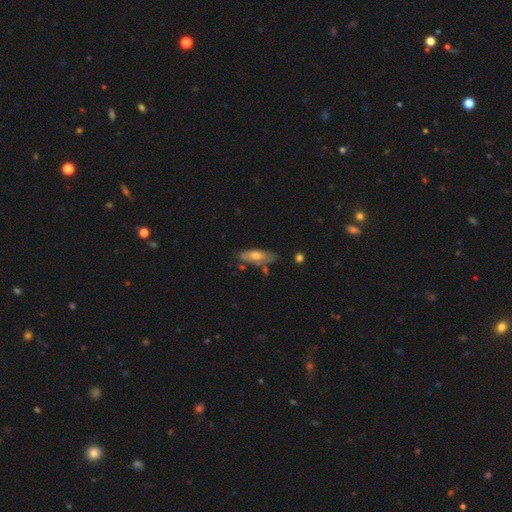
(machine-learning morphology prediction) This appears to be a smooth galaxy with no disk features (58%) that is in between round and cigar-shaped (62%). Merging: none (71%).